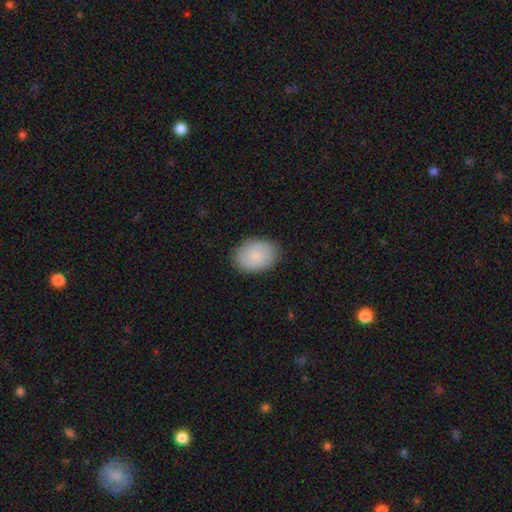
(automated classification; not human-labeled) smooth 82%, featured or disk 12%, star or artifact 6%. Down the decision tree: how rounded — in between (79%); merging — none (86%).